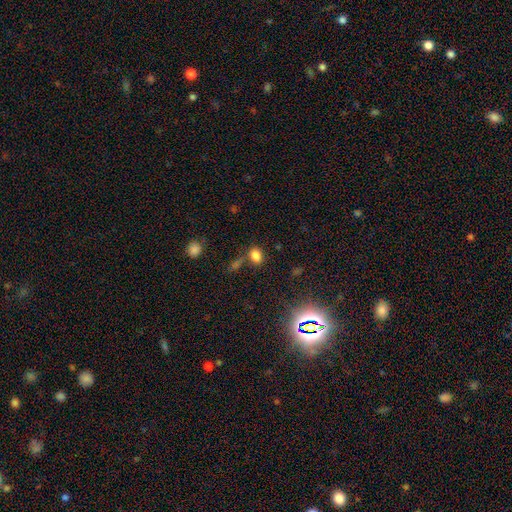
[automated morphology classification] This is likely a smooth galaxy (78%). How rounded: likely in between (77%). Merging: likely none (66%).